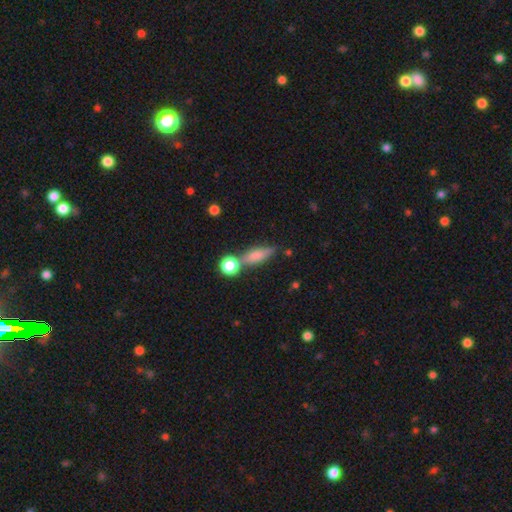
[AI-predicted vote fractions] smooth_or_featured: smooth (p=0.64) [alt: featured or disk p=0.25]
how_rounded: cigar-shaped (p=0.49) [alt: in between p=0.43]
merging: none (p=0.61) [alt: merger p=0.18]